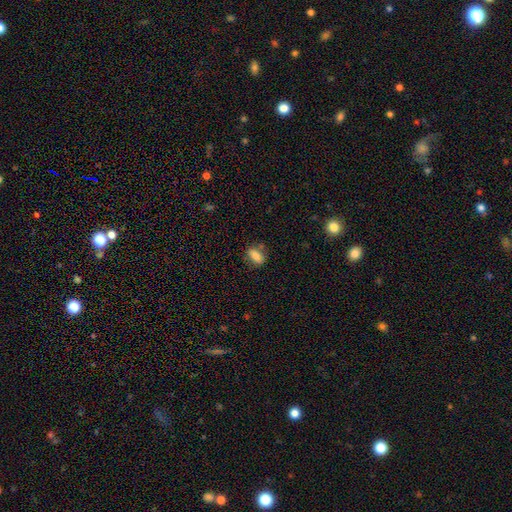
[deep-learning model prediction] Overall: smooth (80%). How rounded: in between (77%). Merging: none (73%).